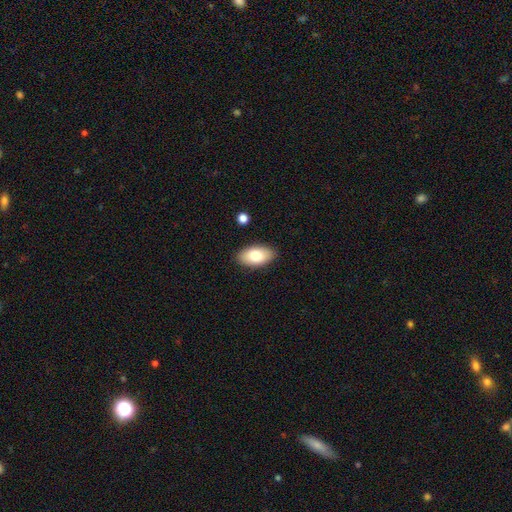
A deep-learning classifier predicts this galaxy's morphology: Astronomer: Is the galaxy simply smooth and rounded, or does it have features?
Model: smooth — 79%.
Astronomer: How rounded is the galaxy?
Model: in between — 94%.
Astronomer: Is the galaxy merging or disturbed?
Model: none — 88%.